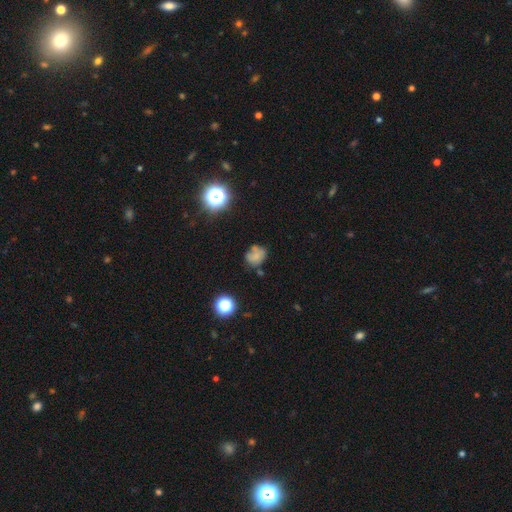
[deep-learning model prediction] This is likely a smooth galaxy (60%). How rounded: likely round (60%). Merging: possibly none (52%).